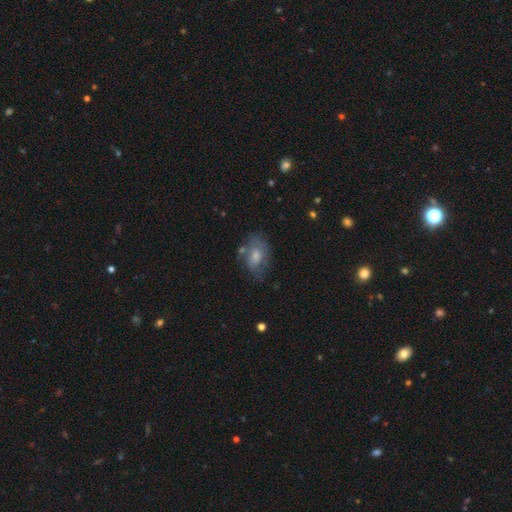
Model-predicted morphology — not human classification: smooth-or-featured: smooth: 55% | featured or disk: 36% | star or artifact: 8%
  how-rounded: in between: 81% | round: 18% | cigar-shaped: 2%
  merging: none: 49% | minor disturbance: 27% | major disturbance: 17% | merger: 8%